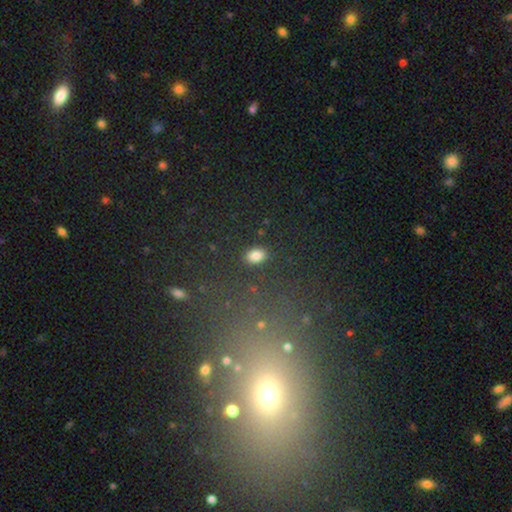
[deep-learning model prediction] This appears to be a smooth galaxy with no disk features (82%) that is in between round and cigar-shaped (83%). Merging: none (86%).